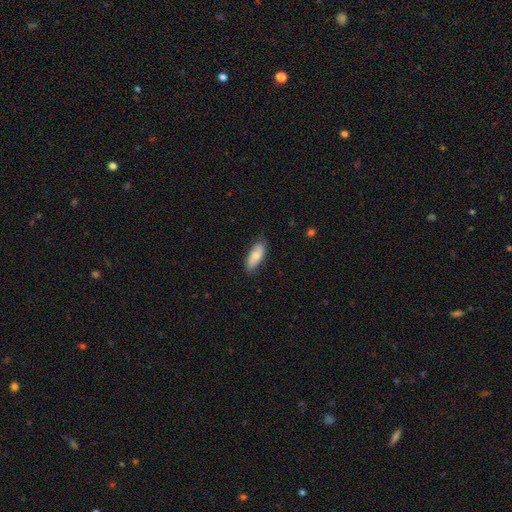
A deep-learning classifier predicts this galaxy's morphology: smooth 72%, featured or disk 22%, star or artifact 6%. Down the decision tree: how rounded — in between (80%); merging — none (79%).